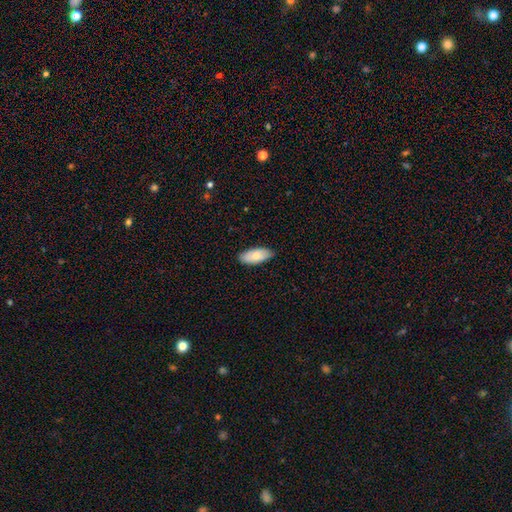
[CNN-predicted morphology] Q: Smooth or featured?
A: smooth (78%); runner-up: featured or disk (17%)
Q: How rounded?
A: in between (89%); runner-up: cigar-shaped (9%)
Q: Merging?
A: none (85%); runner-up: minor disturbance (12%)